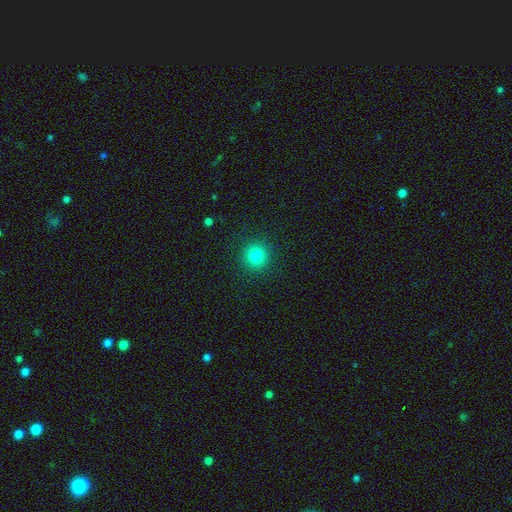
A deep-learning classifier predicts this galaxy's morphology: smooth_or_featured: smooth (p=0.82) [alt: star or artifact p=0.13]
how_rounded: round (p=0.94) [alt: in between p=0.05]
merging: none (p=0.91) [alt: minor disturbance p=0.06]